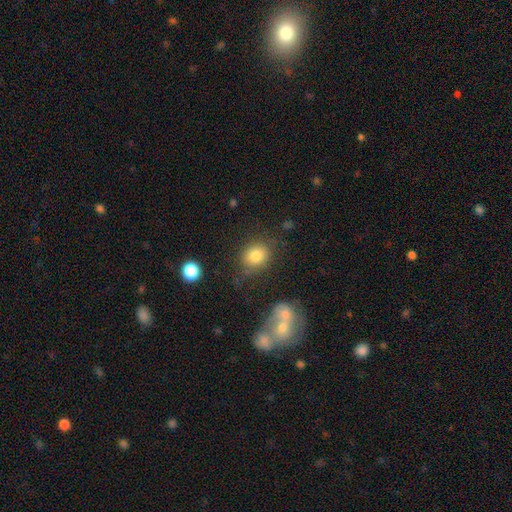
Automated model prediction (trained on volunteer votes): Smooth or featured: smooth — 82% (star or artifact — 10%)
How rounded: round — 58% (in between — 41%)
Merging: none — 76% (minor disturbance — 13%)